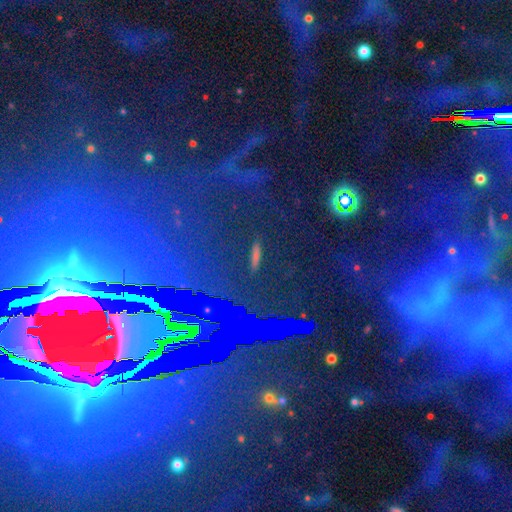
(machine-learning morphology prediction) Smooth or featured: star or artifact — 41% (smooth — 39%)